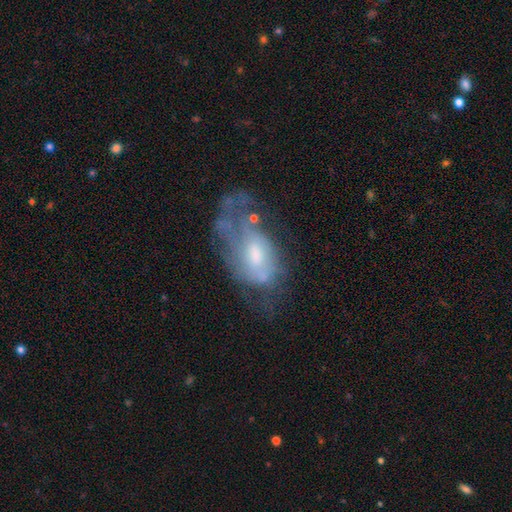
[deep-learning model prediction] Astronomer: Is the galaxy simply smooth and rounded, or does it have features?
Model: featured or disk — 59%.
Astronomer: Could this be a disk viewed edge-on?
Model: no — 94%.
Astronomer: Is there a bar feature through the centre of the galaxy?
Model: no — 64%.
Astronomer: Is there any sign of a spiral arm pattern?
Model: no — 57% (runner-up: yes, 43%).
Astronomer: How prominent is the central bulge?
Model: moderate — 53% (runner-up: small, 30%).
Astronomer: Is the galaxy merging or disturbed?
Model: major disturbance — 36% (runner-up: none, 32%).